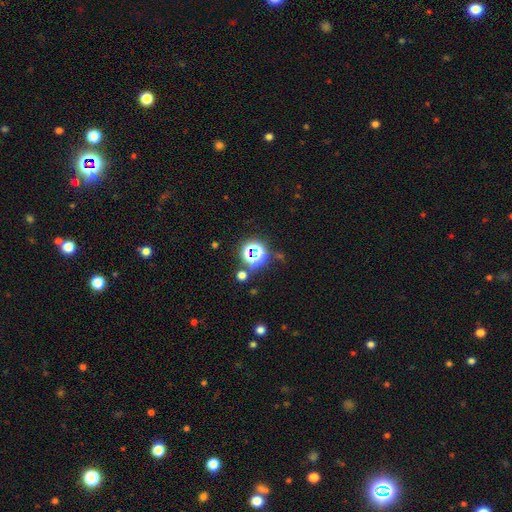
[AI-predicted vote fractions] A star or artifact, not a galaxy (63%).